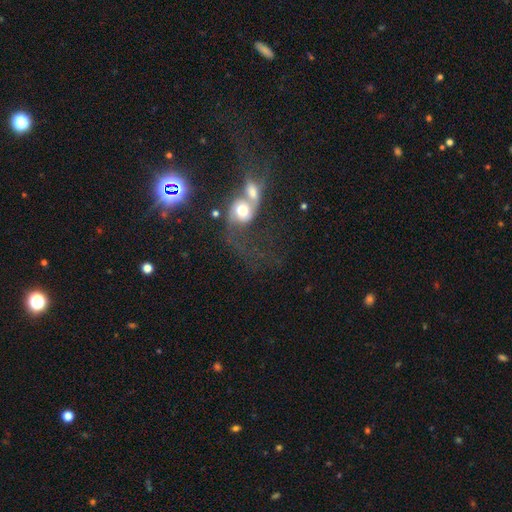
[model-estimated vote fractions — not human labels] smooth-or-featured: featured or disk: 44% | smooth: 31% | star or artifact: 25%
  merging: merger: 55% | major disturbance: 18% | none: 18% | minor disturbance: 8%